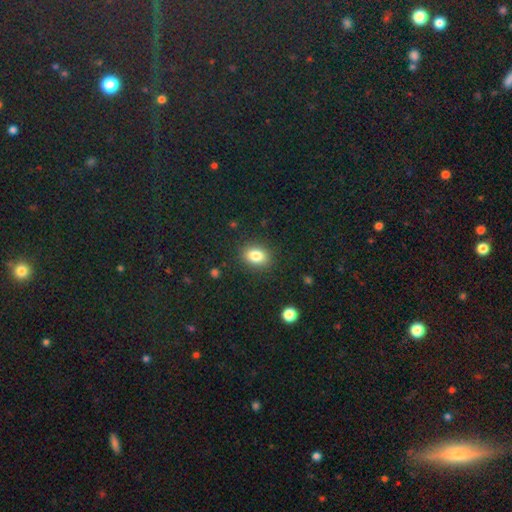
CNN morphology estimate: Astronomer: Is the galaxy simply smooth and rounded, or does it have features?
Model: smooth — 84%.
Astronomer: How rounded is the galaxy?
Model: in between — 70%.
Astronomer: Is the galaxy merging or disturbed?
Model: none — 86%.